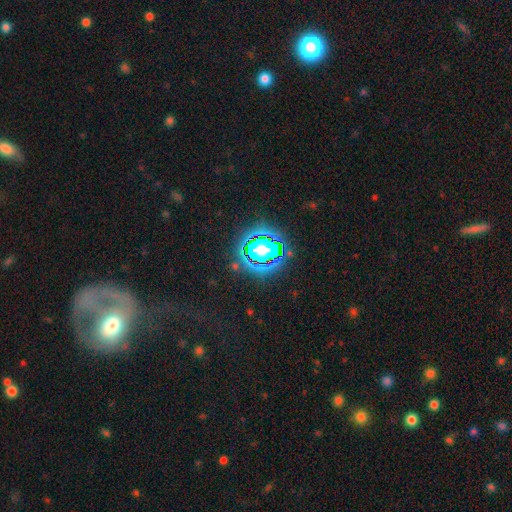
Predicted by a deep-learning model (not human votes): Smooth or featured? star or artifact (56%)